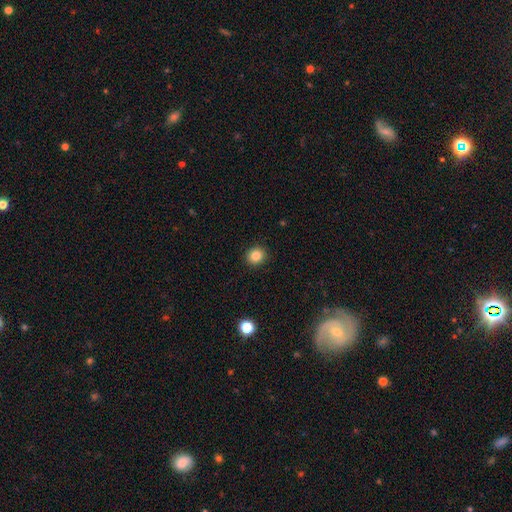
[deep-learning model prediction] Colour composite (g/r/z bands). It shows a smooth galaxy with no disk features (84%) that is round (84%). Merging: none (92%).